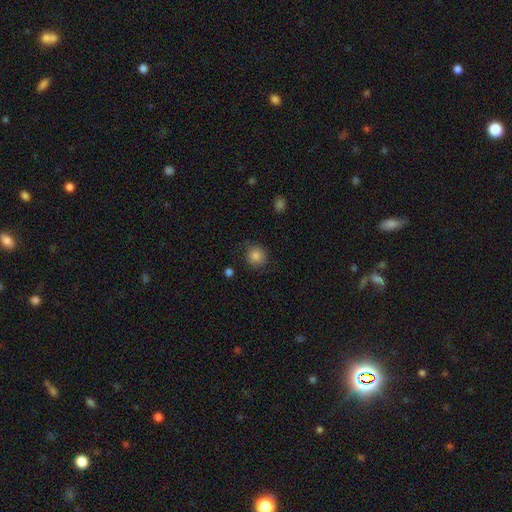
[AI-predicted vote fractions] Smooth or featured? smooth (84%)
How rounded? round (86%)
Merging? none (80%)